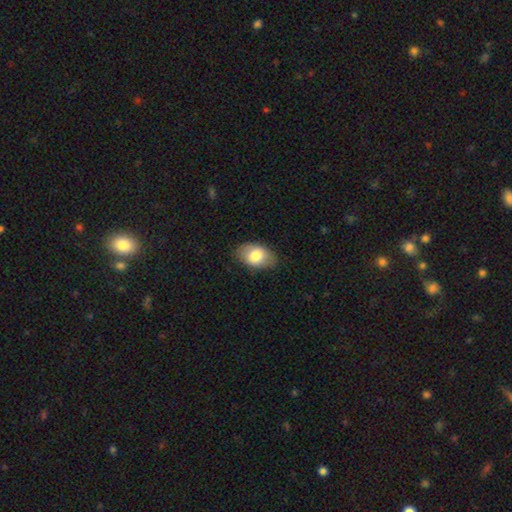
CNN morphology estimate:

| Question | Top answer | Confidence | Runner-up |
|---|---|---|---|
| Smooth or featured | smooth | 76% | featured or disk (18%) |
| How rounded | in between | 91% | round (8%) |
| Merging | none | 82% | minor disturbance (14%) |